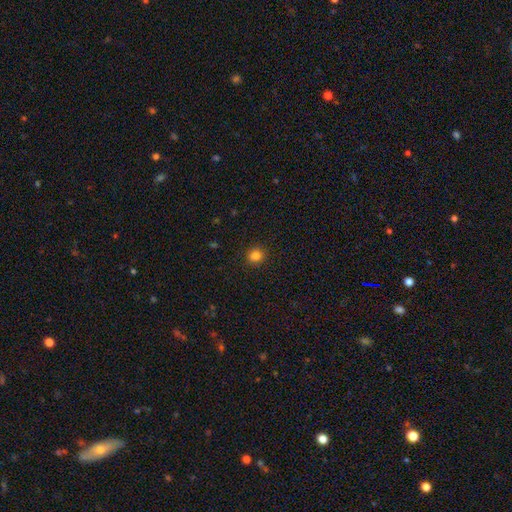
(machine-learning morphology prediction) smooth-or-featured: smooth: 83% | star or artifact: 13% | featured or disk: 4%
  how-rounded: round: 85% | in between: 14% | cigar-shaped: 1%
  merging: none: 90% | minor disturbance: 7% | major disturbance: 2% | merger: 2%